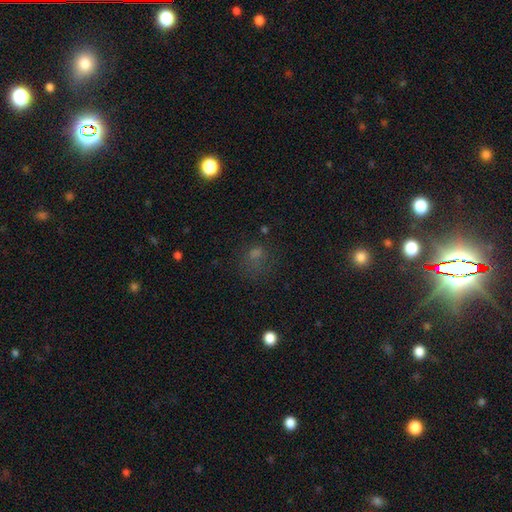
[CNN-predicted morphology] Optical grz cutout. It shows a smooth galaxy with no disk features (58%) that is round (57%). Merging: none (51%).